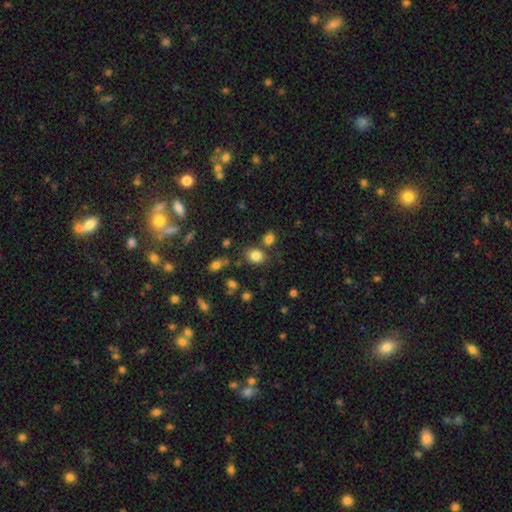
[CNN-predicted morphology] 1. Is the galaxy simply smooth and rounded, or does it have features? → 81% smooth, 12% star or artifact, 7% featured or disk.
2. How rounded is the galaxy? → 52% round, 47% in between, 1% cigar-shaped.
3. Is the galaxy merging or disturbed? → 71% none, 13% merger, 11% minor disturbance, 4% major disturbance.